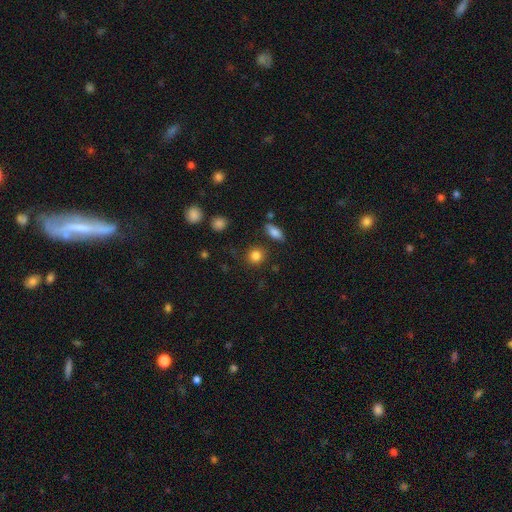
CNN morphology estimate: Smooth or featured? smooth (84%)
How rounded? round (87%)
Merging? none (85%)